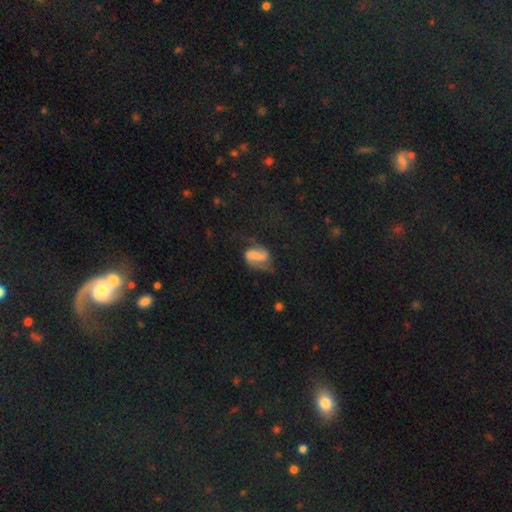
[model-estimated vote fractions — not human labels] Overall: featured or disk (56%; smooth 34%). Edge-on disk: no (96%). Bar: strong (46%; weak 32%). Spiral arms: yes (82%). Bulge size: none (48%; small 19%). Merging: none (46%; major disturbance 27%).